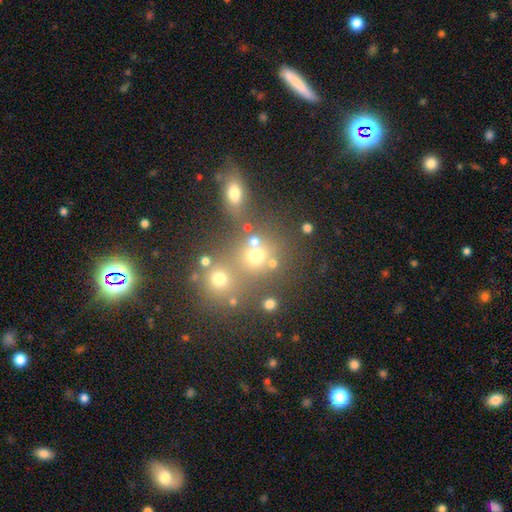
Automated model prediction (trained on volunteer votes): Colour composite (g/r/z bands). It shows a smooth galaxy with no disk features (70%) that is round (83%). Merging: none (54%).